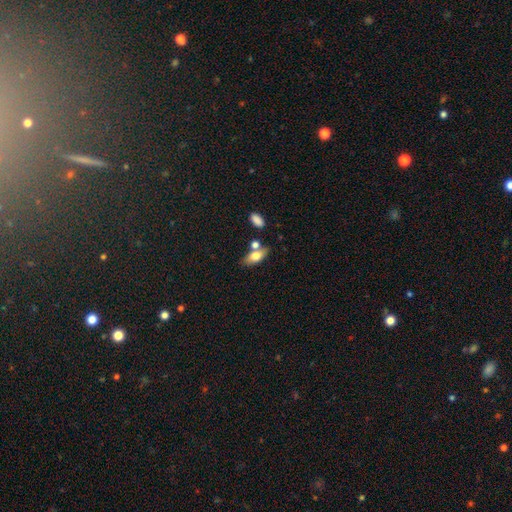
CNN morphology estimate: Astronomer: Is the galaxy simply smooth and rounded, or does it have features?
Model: smooth — 75%.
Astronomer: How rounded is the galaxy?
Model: in between — 84%.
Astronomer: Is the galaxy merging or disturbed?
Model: none — 59%.